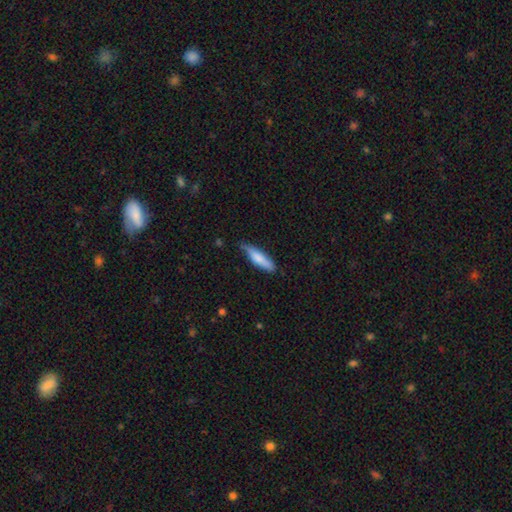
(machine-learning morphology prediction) A smooth galaxy with no disk features (72%) that is cigar-shaped (79%). Merging: none (70%).